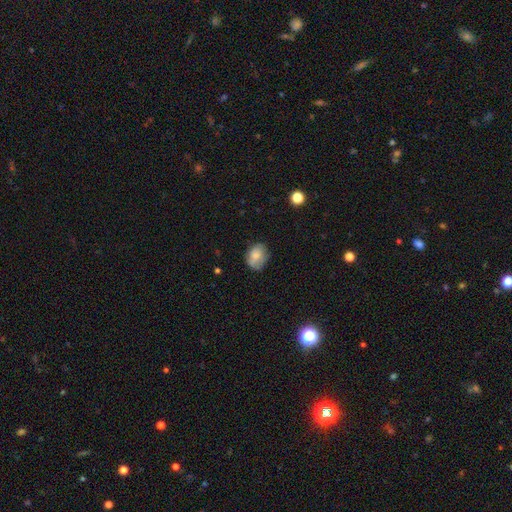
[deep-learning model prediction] Q: Smooth or featured?
A: smooth (70%); runner-up: featured or disk (21%)
Q: How rounded?
A: in between (60%); runner-up: round (39%)
Q: Merging?
A: none (59%); runner-up: minor disturbance (30%)